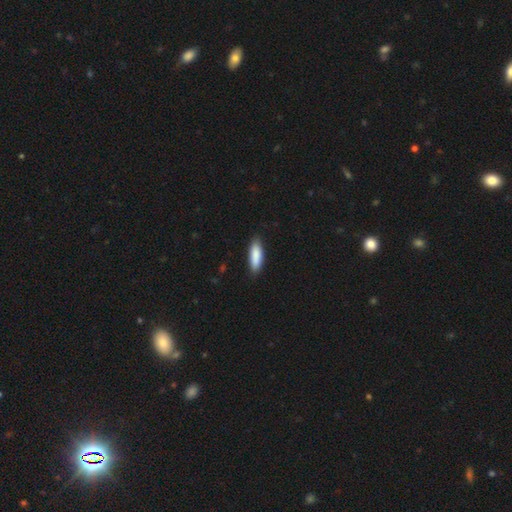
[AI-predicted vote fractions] This appears to be a smooth galaxy with no disk features (87%) that is in between round and cigar-shaped (54%). Merging: none (85%).